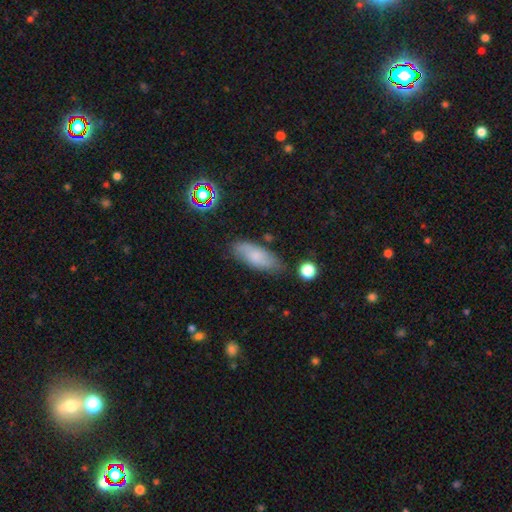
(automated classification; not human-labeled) Smooth or featured?
  - smooth: 70% *
  - featured or disk: 21%
  - star or artifact: 9%
How rounded?
  - in between: 74% *
  - cigar-shaped: 23%
  - round: 3%
Merging?
  - none: 75% *
  - minor disturbance: 18%
  - major disturbance: 4%
  - merger: 3%